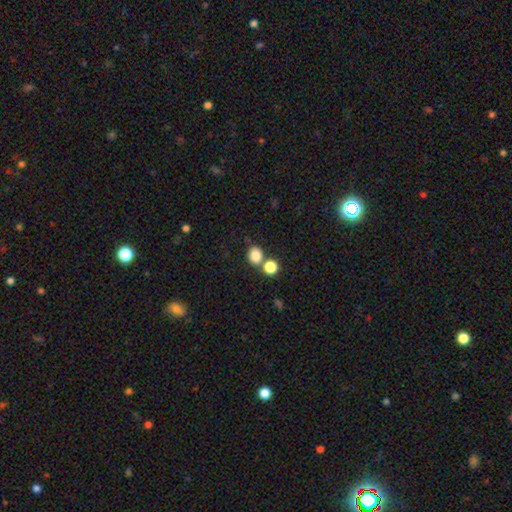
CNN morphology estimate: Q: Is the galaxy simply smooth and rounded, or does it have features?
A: smooth — 83%.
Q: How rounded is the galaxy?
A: round — 60%.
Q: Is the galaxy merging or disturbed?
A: none — 63%.